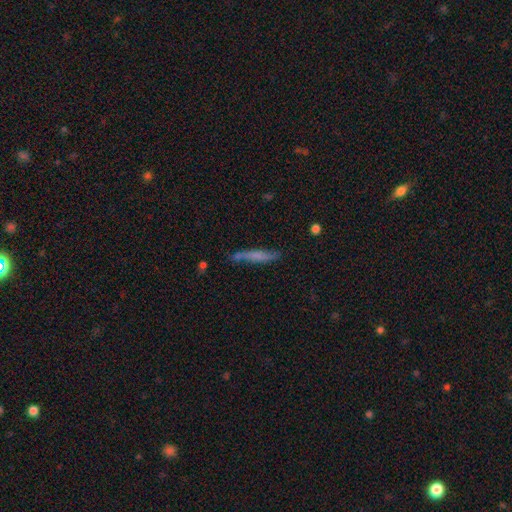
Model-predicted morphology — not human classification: type=smooth (55%); roundness=cigar-shaped (92%); merging=none (69%).